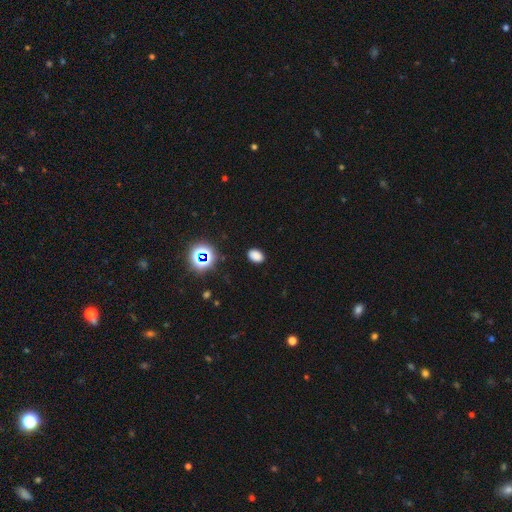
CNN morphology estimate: smooth-or-featured: smooth: 78% | star or artifact: 18% | featured or disk: 5%
  how-rounded: in between: 82% | round: 17% | cigar-shaped: 1%
  merging: none: 87% | minor disturbance: 9% | major disturbance: 3% | merger: 1%